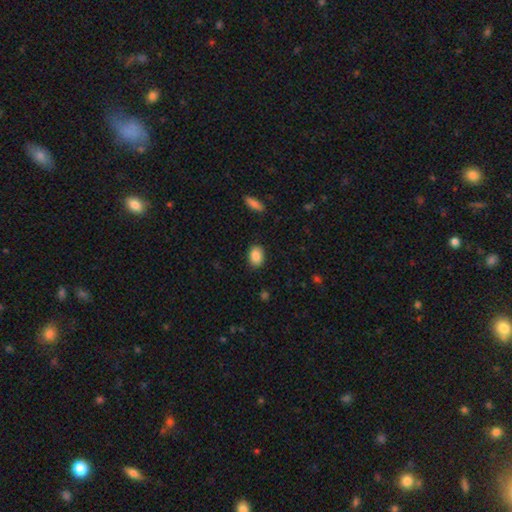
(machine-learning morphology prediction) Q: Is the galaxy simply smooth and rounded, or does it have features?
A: smooth — 88%.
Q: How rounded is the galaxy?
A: in between — 81%.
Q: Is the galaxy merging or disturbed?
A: none — 86%.